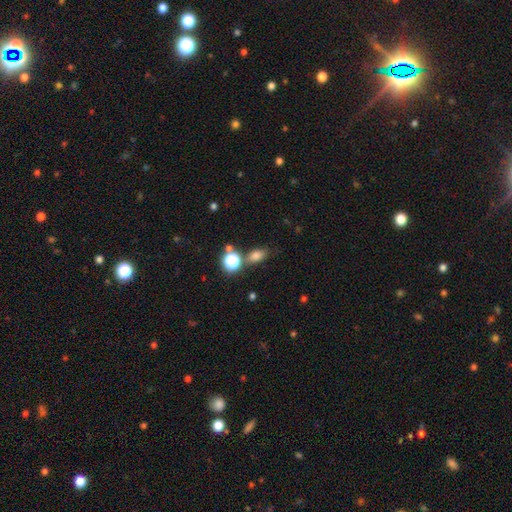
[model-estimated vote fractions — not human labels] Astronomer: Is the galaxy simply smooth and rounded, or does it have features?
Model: smooth — 74%.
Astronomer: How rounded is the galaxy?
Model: in between — 73%.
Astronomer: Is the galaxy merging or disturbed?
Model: none — 70%.